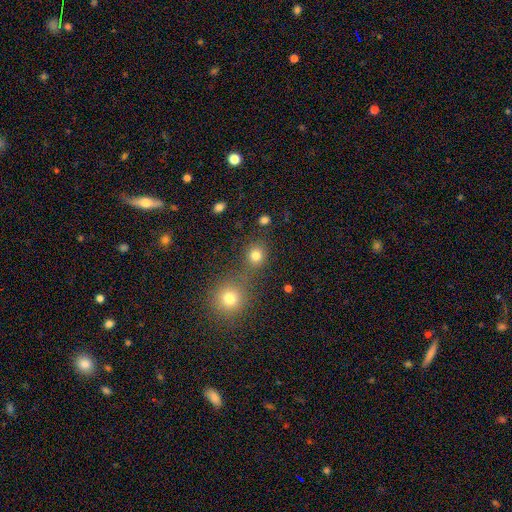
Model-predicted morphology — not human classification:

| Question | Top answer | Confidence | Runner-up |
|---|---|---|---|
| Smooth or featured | smooth | 80% | star or artifact (15%) |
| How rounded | round | 86% | in between (13%) |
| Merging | none | 68% | merger (21%) |